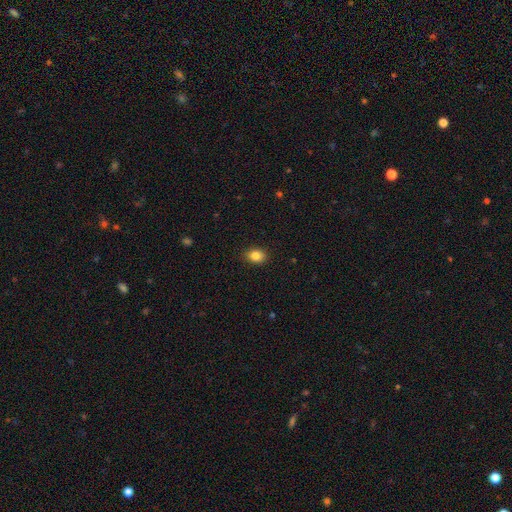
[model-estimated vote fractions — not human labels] This appears to be a smooth galaxy with no disk features (84%) that is in between round and cigar-shaped (56%). Merging: none (88%).